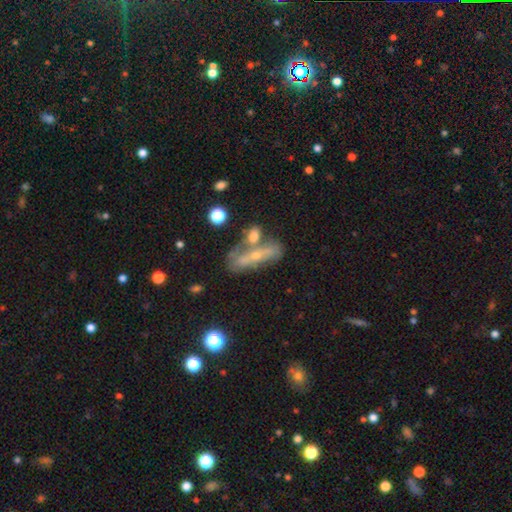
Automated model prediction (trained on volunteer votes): smooth_or_featured: featured or disk (p=0.56) [alt: smooth p=0.34]
disk_edge_on: no (p=0.52) [alt: yes p=0.48]
merging: none (p=0.41) [alt: merger p=0.32]